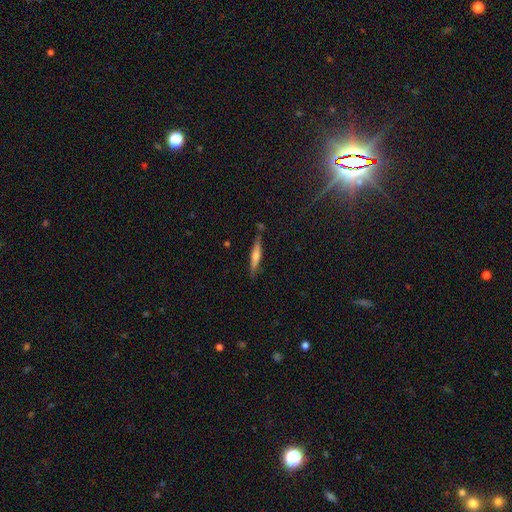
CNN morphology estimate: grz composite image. It shows a smooth galaxy with no disk features (48%). Merging: none (81%).